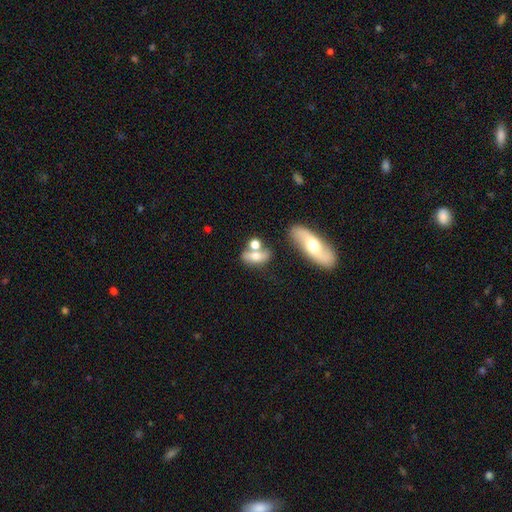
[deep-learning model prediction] Q: Smooth or featured?
A: smooth (63%); runner-up: featured or disk (27%)
Q: How rounded?
A: in between (71%); runner-up: round (17%)
Q: Merging?
A: none (45%); runner-up: merger (33%)